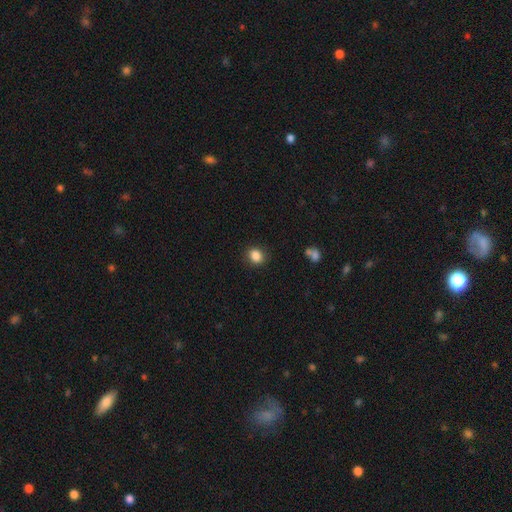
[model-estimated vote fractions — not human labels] smooth-or-featured: smooth: 86% | star or artifact: 10% | featured or disk: 4%
  how-rounded: round: 64% | in between: 35% | cigar-shaped: 1%
  merging: none: 88% | minor disturbance: 9% | major disturbance: 2% | merger: 1%